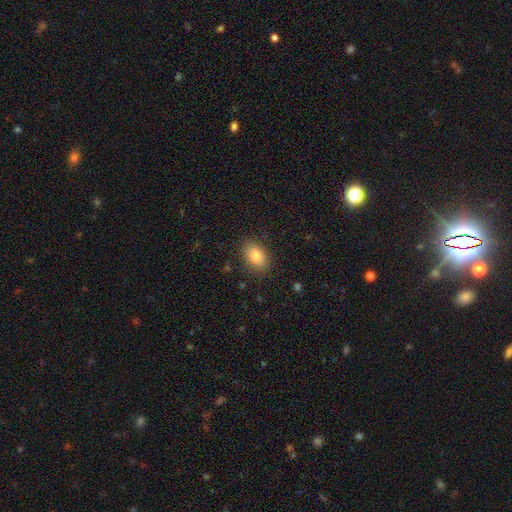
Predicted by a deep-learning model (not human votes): A smooth galaxy with no disk features (85%) that is in between round and cigar-shaped (88%). Merging: none (86%).